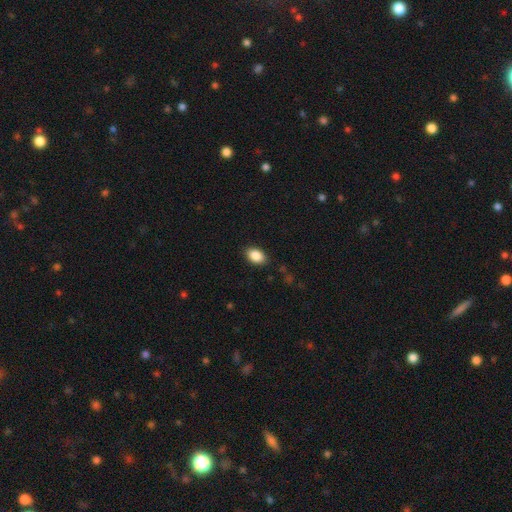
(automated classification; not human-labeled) Smooth or featured: smooth — 88% (star or artifact — 8%)
How rounded: in between — 86% (round — 12%)
Merging: none — 87% (minor disturbance — 10%)